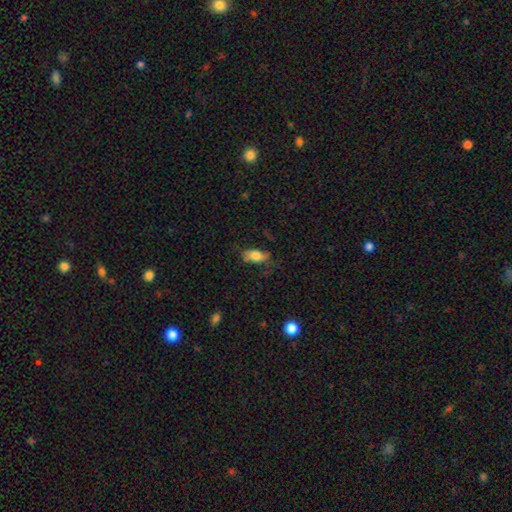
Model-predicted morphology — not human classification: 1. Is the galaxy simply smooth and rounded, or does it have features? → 75% smooth, 18% featured or disk, 8% star or artifact.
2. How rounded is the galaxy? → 84% in between, 12% cigar-shaped, 4% round.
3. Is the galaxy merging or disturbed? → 62% none, 25% minor disturbance, 12% major disturbance, 2% merger.